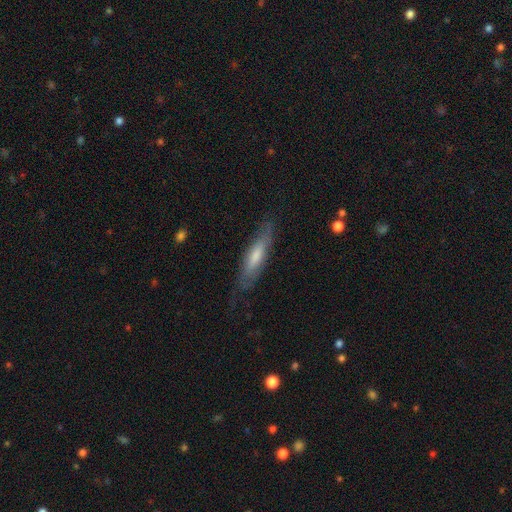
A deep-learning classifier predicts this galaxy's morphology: A smooth galaxy with no disk features (49%).

Vote fractions:
- Smooth or featured? smooth: 49% / featured or disk: 44% / star or artifact: 7%
- Merging? none: 73% / minor disturbance: 19% / major disturbance: 6% / merger: 1%